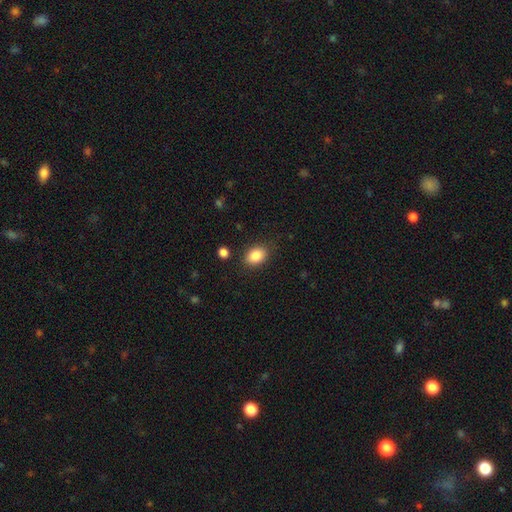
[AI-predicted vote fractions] smooth_or_featured: smooth (p=0.87) [alt: star or artifact p=0.08]
how_rounded: in between (p=0.76) [alt: round p=0.23]
merging: none (p=0.84) [alt: minor disturbance p=0.11]